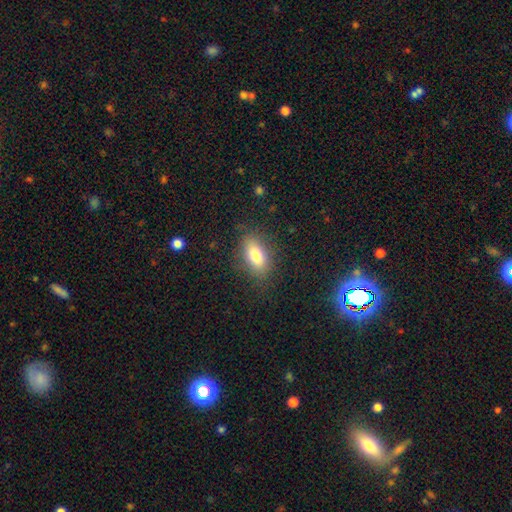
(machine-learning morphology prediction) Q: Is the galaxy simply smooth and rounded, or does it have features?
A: smooth — 77%.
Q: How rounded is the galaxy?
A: in between — 85%.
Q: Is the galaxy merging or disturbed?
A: none — 82%.